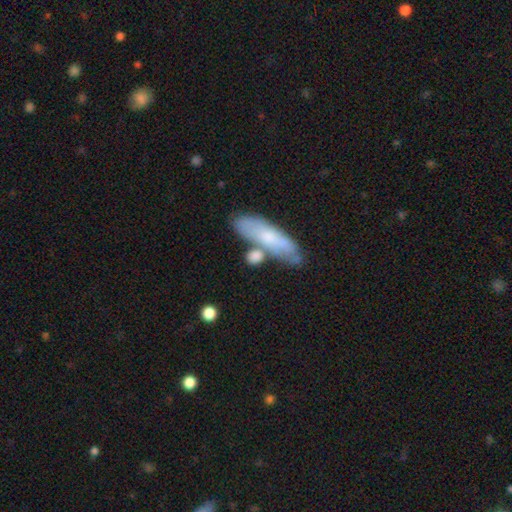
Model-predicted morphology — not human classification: The model was most divided on "how rounded": in between: 45%, cigar-shaped: 30%, round: 25%. More confident: smooth or featured — smooth (77%); merging — none (56%).